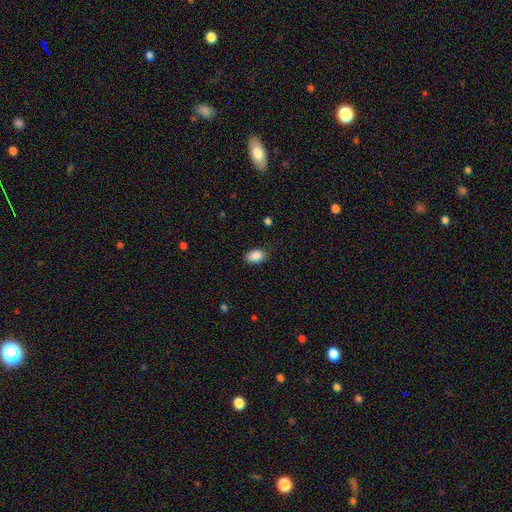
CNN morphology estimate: smooth-or-featured: smooth: 88% | star or artifact: 8% | featured or disk: 4%
  how-rounded: in between: 87% | round: 12% | cigar-shaped: 1%
  merging: none: 79% | minor disturbance: 17% | major disturbance: 3% | merger: 1%